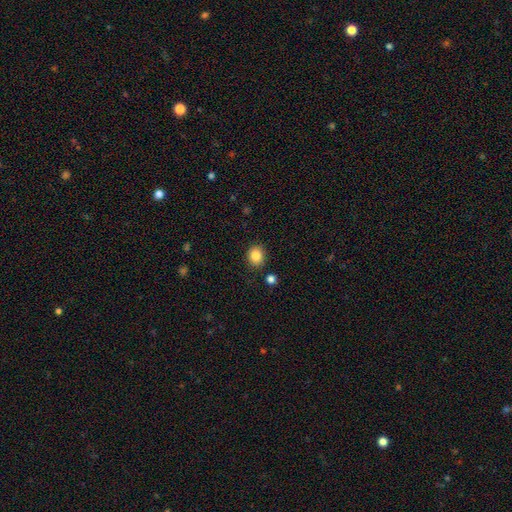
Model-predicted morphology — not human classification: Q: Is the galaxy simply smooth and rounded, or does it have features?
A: smooth — 86%.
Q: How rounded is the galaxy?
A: round — 75%.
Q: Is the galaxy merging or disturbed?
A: none — 88%.